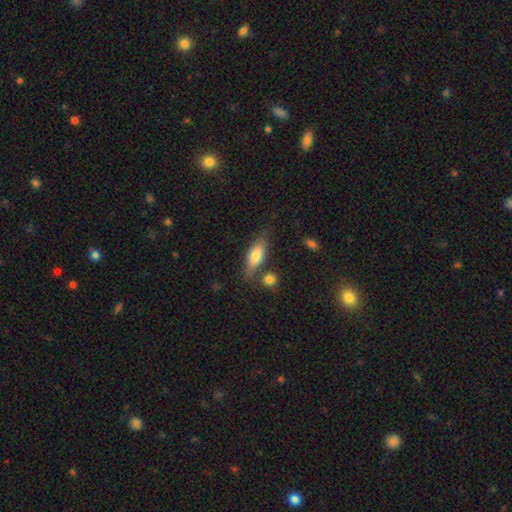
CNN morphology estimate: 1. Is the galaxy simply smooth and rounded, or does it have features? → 70% smooth, 23% featured or disk, 7% star or artifact.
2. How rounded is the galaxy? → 67% in between, 30% cigar-shaped, 3% round.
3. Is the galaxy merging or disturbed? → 67% none, 18% minor disturbance, 10% merger, 5% major disturbance.